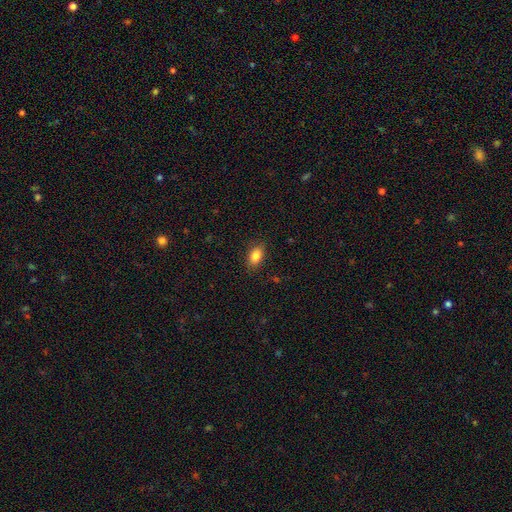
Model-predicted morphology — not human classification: smooth-or-featured: smooth: 86% | star or artifact: 8% | featured or disk: 6%
  how-rounded: in between: 88% | round: 9% | cigar-shaped: 3%
  merging: none: 86% | minor disturbance: 10% | major disturbance: 3% | merger: 1%